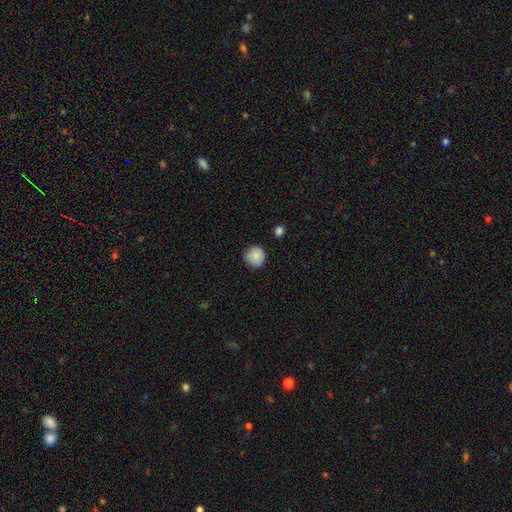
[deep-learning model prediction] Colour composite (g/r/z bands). It shows a smooth galaxy with no disk features (86%) that is round (93%). Merging: none (83%).